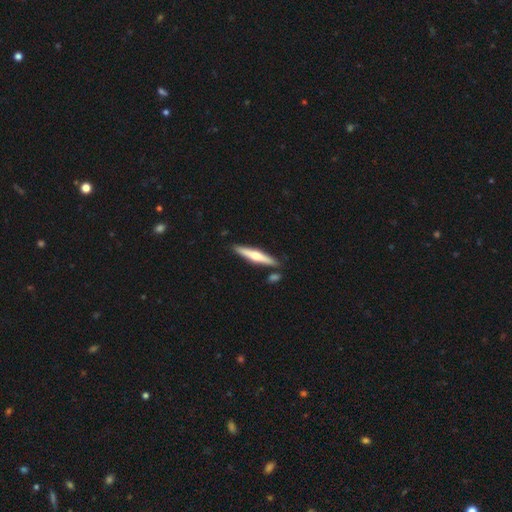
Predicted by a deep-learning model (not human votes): This appears to be a featured or disk galaxy (52%) viewed edge-on (96%) with a rounded central bulge (85%). Merging: none (85%).